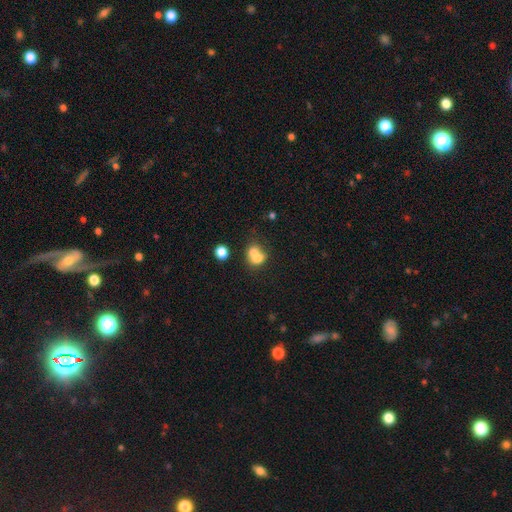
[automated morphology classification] This is likely a smooth galaxy (68%). How rounded: likely round (61%). Merging: likely merger (66%).